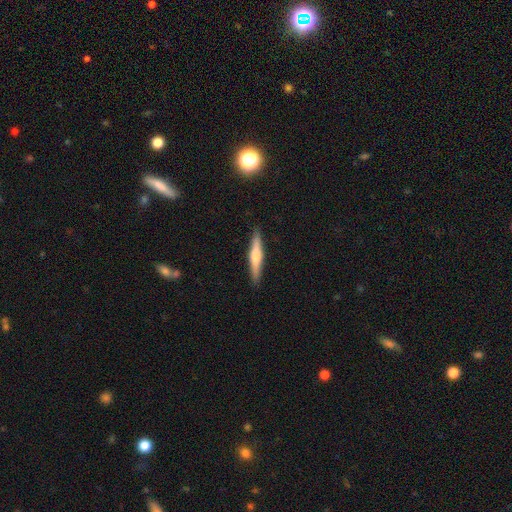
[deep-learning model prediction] The model was most divided on "smooth or featured": smooth: 52%, featured or disk: 42%, star or artifact: 5%. More confident: merging — none (90%); how rounded — cigar-shaped (90%).